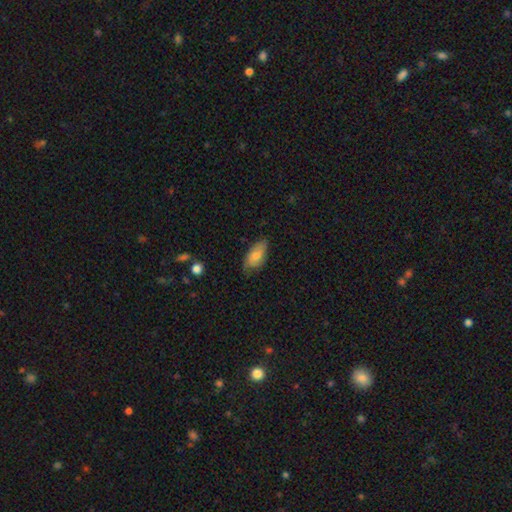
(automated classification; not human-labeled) Smooth or featured? smooth (72%)
How rounded? in between (89%)
Merging? none (68%)